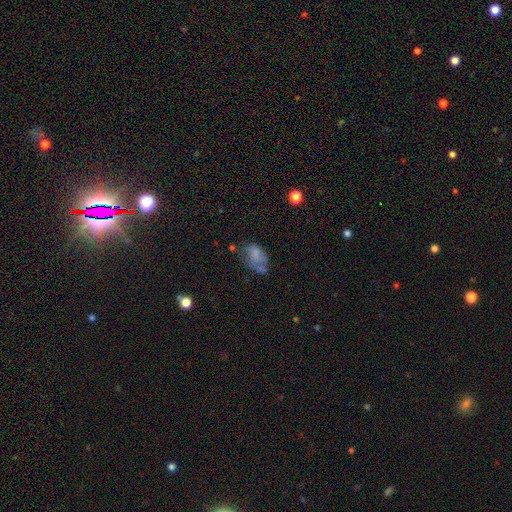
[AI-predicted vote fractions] Overall: smooth (54%; featured or disk 33%). How rounded: in between (83%). Merging: none (36%; minor disturbance 28%).